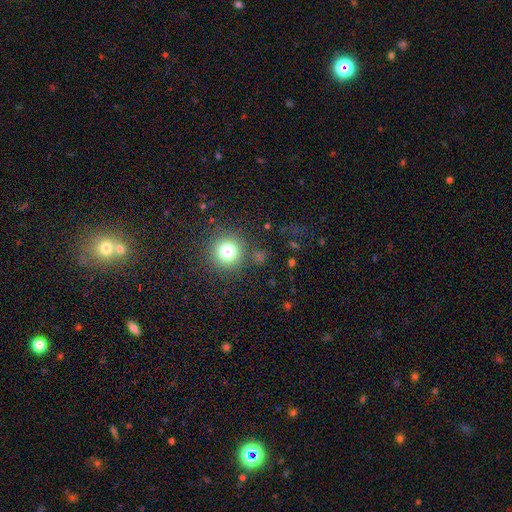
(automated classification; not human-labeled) smooth 75%, star or artifact 18%, featured or disk 7%. Down the decision tree: how rounded — round (94%); merging — none (87%).